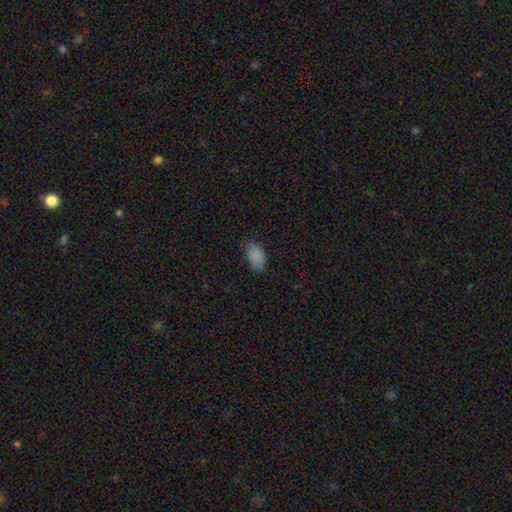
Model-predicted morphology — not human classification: Smooth or featured?
  - smooth: 86% *
  - star or artifact: 9%
  - featured or disk: 5%
How rounded?
  - in between: 93% *
  - round: 5%
  - cigar-shaped: 2%
Merging?
  - none: 75% *
  - minor disturbance: 20%
  - major disturbance: 4%
  - merger: 1%